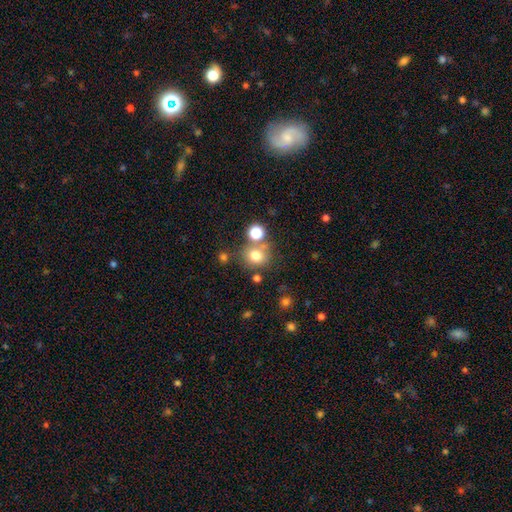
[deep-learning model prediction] Smooth or featured? Predicted: smooth (p=0.74). How rounded? Predicted: round (p=0.82). Merging? Predicted: none (p=0.65).